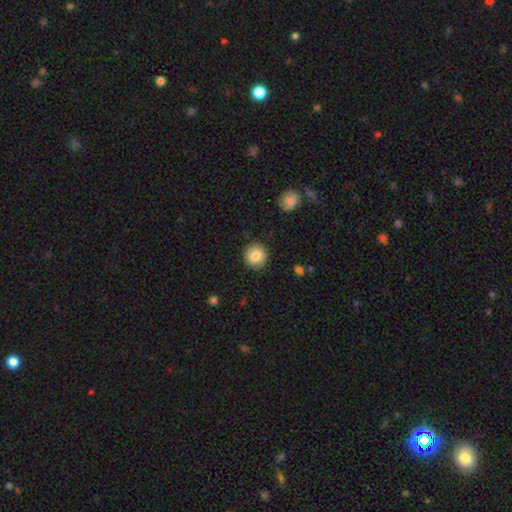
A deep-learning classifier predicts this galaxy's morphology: Smooth or featured? Predicted: smooth (p=0.83). How rounded? Predicted: round (p=0.90). Merging? Predicted: none (p=0.89).